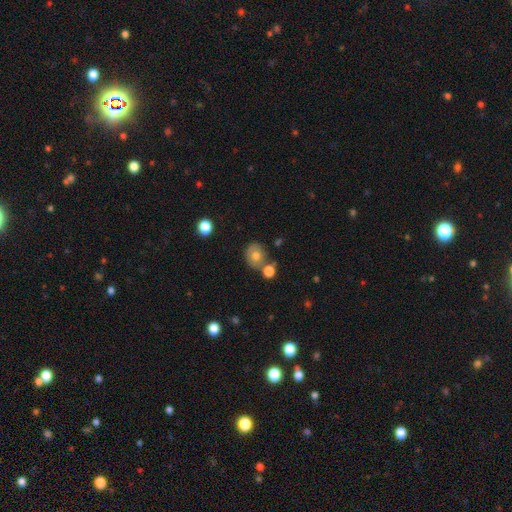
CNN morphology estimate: smooth-or-featured: smooth: 72% | featured or disk: 17% | star or artifact: 11%
  how-rounded: round: 64% | in between: 35% | cigar-shaped: 1%
  merging: none: 64% | merger: 18% | minor disturbance: 14% | major disturbance: 4%